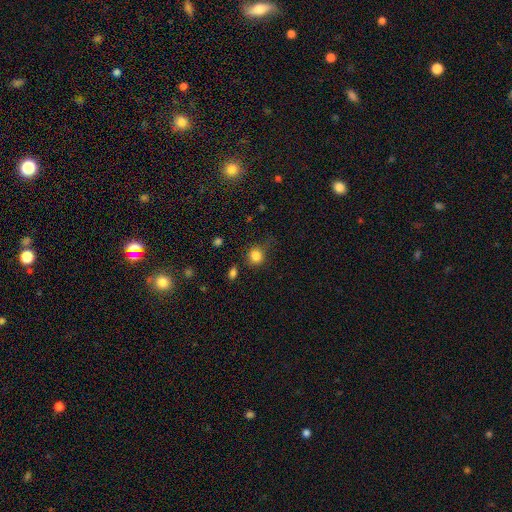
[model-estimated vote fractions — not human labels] The model was most divided on "merging": none: 70%, minor disturbance: 19%, major disturbance: 7%, merger: 3%. More confident: how rounded — round (84%); smooth or featured — smooth (84%).